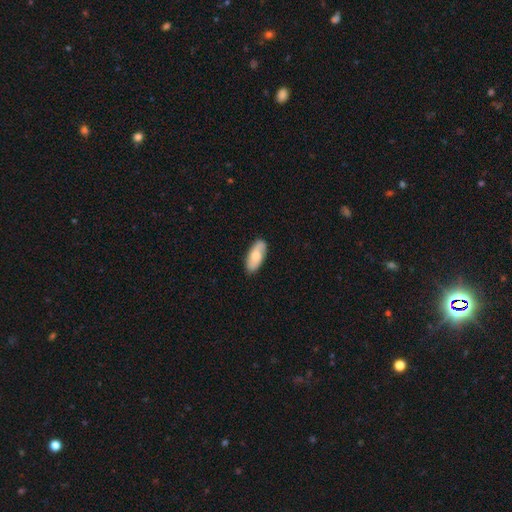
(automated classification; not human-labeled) The model was most divided on "smooth or featured": smooth: 66%, featured or disk: 28%, star or artifact: 6%. More confident: how rounded — in between (85%); merging — none (84%).